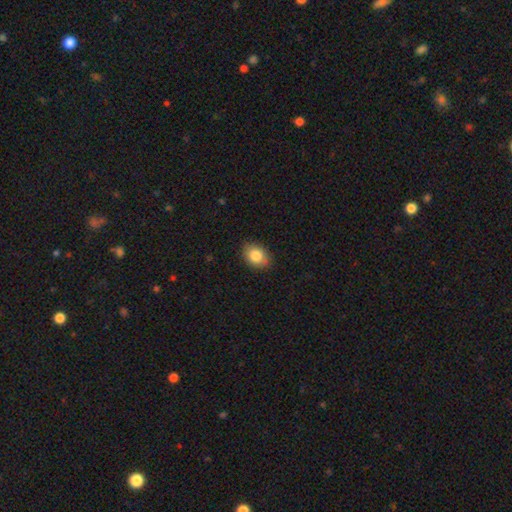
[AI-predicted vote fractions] A smooth galaxy with no disk features (83%) that is in between round and cigar-shaped (67%). Merging: none (86%).